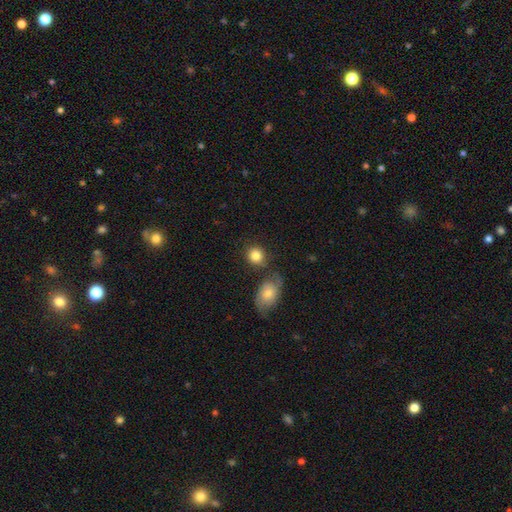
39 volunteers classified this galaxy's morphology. smooth-or-featured: smooth: 87% | featured or disk: 8% | star or artifact: 5%
  how-rounded: round: 79% | in between: 21% | cigar-shaped: 0%
  merging: none: 38% | merger: 30% | minor disturbance: 24% | major disturbance: 8%